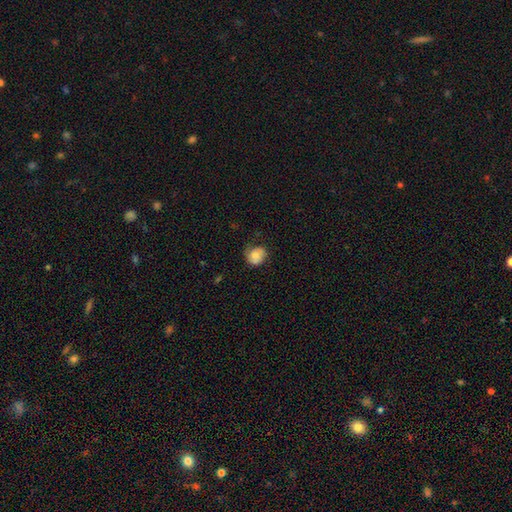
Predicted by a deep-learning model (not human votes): This appears to be a smooth galaxy with no disk features (69%) that is round (73%). Merging: none (61%).